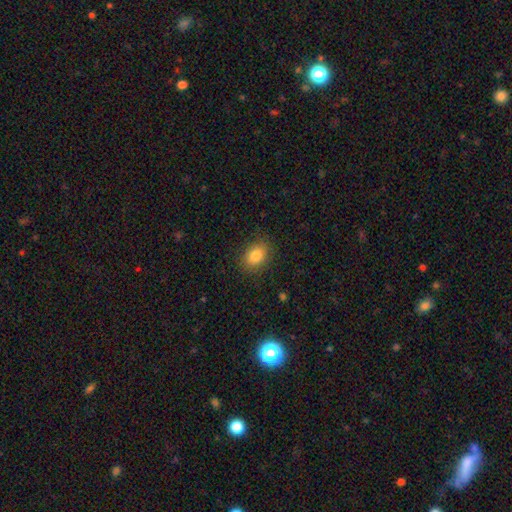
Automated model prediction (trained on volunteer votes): Overall: smooth (83%). How rounded: in between (70%). Merging: none (87%).